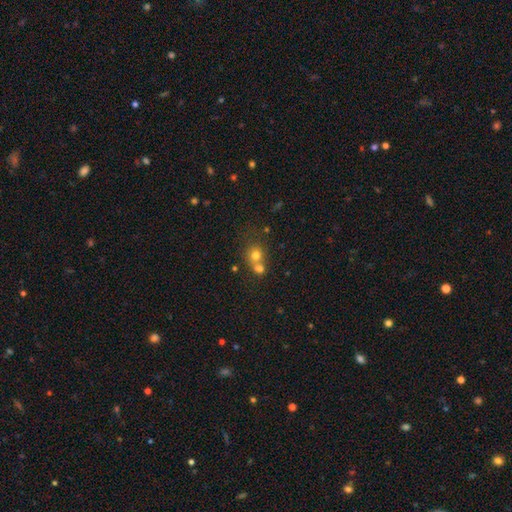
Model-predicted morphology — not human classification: The model was most divided on "merging": merger: 55%, none: 37%, minor disturbance: 6%, major disturbance: 3%. More confident: how rounded — round (82%); smooth or featured — smooth (72%).